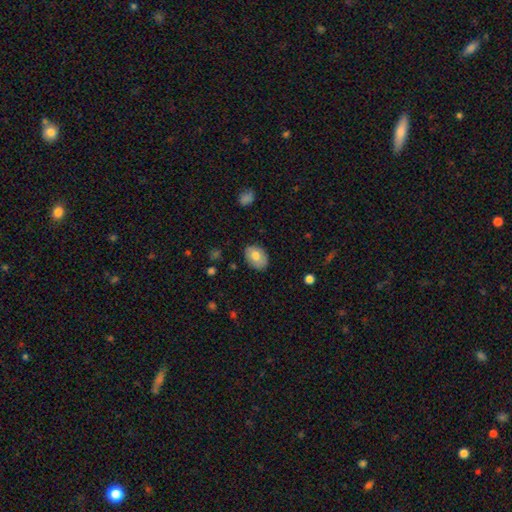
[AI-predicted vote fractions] A smooth galaxy with no disk features (75%) that is in between round and cigar-shaped (75%).

Vote fractions:
- Smooth or featured? smooth: 75% / featured or disk: 18% / star or artifact: 7%
- How rounded? in between: 75% / round: 24% / cigar-shaped: 1%
- Merging? none: 83% / minor disturbance: 14% / major disturbance: 3% / merger: 1%